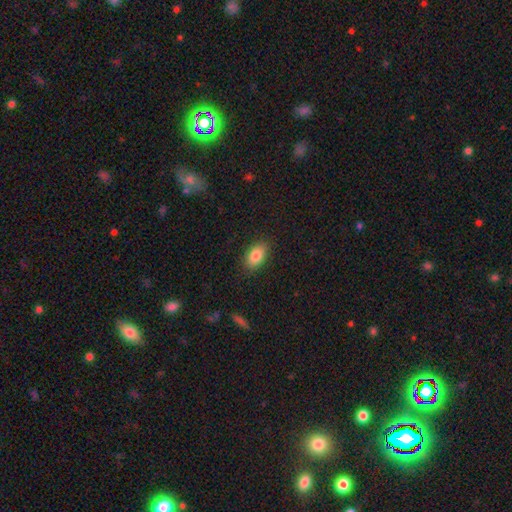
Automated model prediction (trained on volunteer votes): Overall: smooth (84%). How rounded: in between (89%). Merging: none (86%).